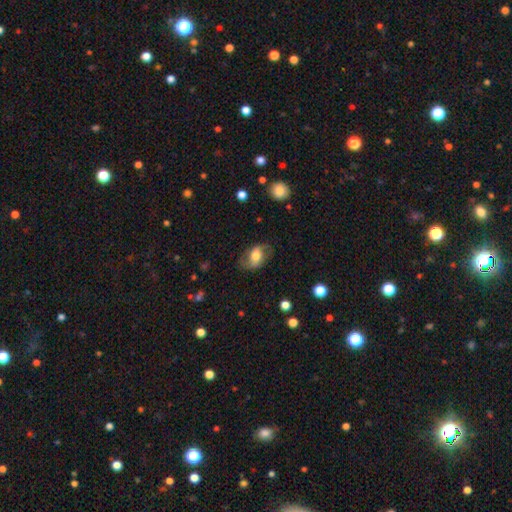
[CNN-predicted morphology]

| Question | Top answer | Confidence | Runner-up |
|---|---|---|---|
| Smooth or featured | smooth | 48% | featured or disk (45%) |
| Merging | none | 68% | minor disturbance (20%) |